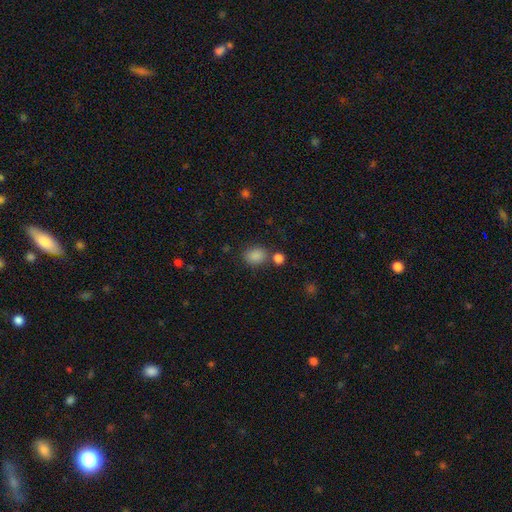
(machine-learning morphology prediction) Smooth or featured: smooth — 85% (star or artifact — 11%)
How rounded: in between — 60% (round — 39%)
Merging: none — 70% (merger — 13%)